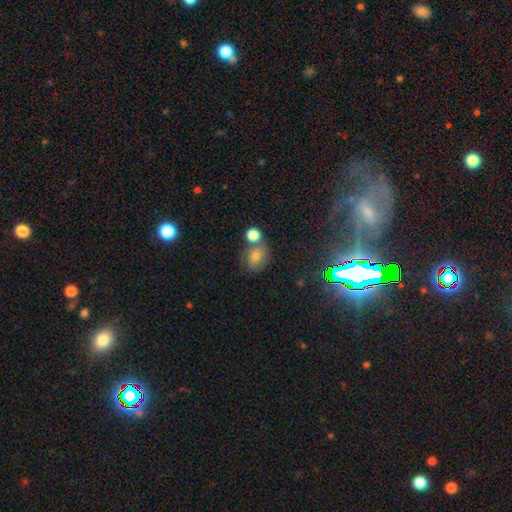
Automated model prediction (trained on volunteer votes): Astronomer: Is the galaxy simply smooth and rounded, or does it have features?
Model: smooth — 57%.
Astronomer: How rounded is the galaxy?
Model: round — 56% (runner-up: in between, 42%).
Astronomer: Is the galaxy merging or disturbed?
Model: none — 51%.